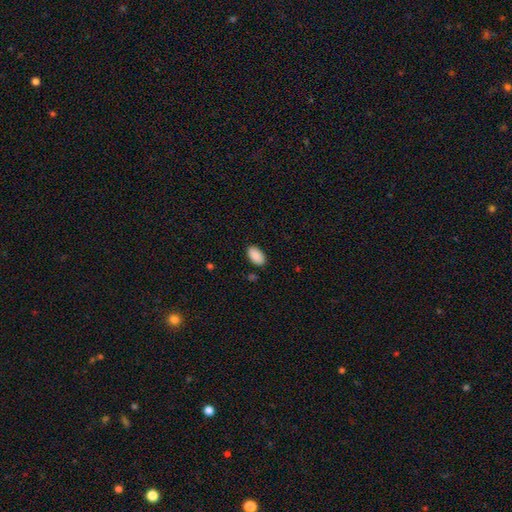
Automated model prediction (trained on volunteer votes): The model was most divided on "merging": none: 87%, minor disturbance: 9%, major disturbance: 2%, merger: 1%. More confident: how rounded — in between (95%); smooth or featured — smooth (91%).